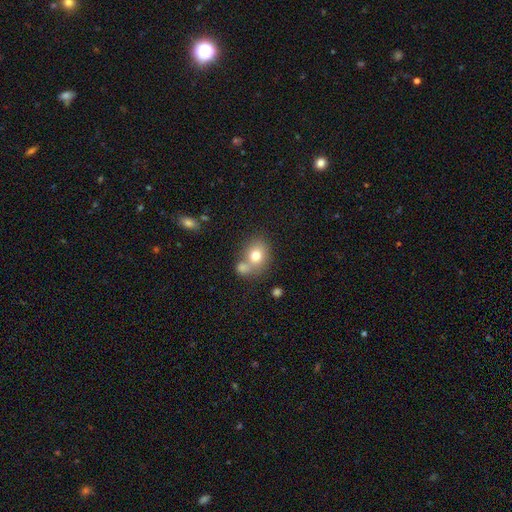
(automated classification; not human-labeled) smooth_or_featured: smooth (p=0.74) [alt: featured or disk p=0.15]
how_rounded: round (p=0.60) [alt: in between p=0.39]
merging: merger (p=0.42) [tied with: none p=0.42]